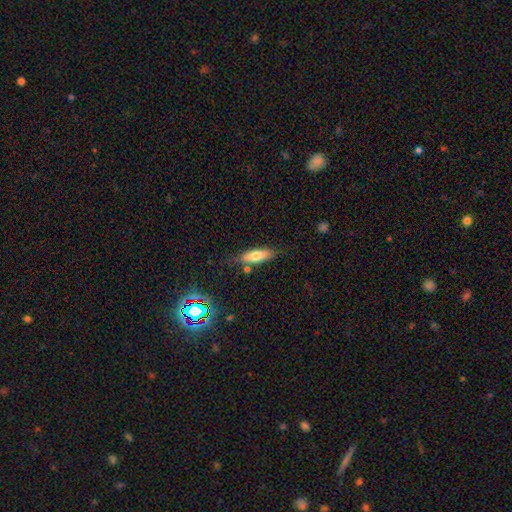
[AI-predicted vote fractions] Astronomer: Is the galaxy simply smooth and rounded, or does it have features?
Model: smooth — 69%.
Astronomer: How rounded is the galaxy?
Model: in between — 57% (runner-up: cigar-shaped, 41%).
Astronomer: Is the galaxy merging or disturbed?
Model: none — 75%.